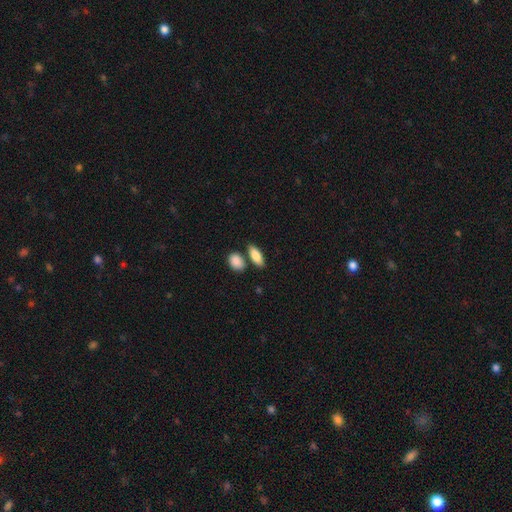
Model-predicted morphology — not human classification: Q: Smooth or featured?
A: smooth (86%); runner-up: featured or disk (8%)
Q: How rounded?
A: in between (79%); runner-up: cigar-shaped (16%)
Q: Merging?
A: none (68%); runner-up: merger (16%)